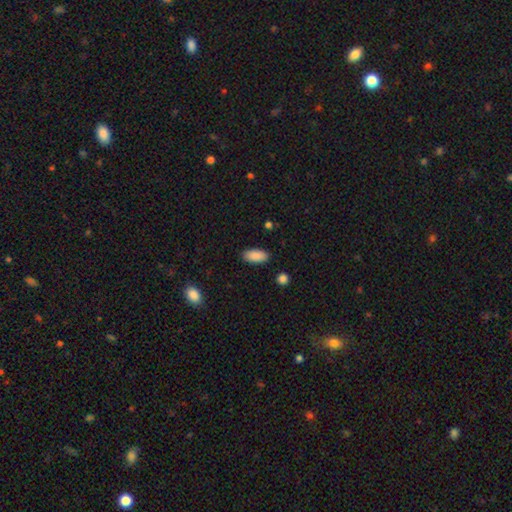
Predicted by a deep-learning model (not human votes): Q: Smooth or featured?
A: smooth (90%); runner-up: star or artifact (7%)
Q: How rounded?
A: in between (90%); runner-up: cigar-shaped (8%)
Q: Merging?
A: none (87%); runner-up: minor disturbance (9%)